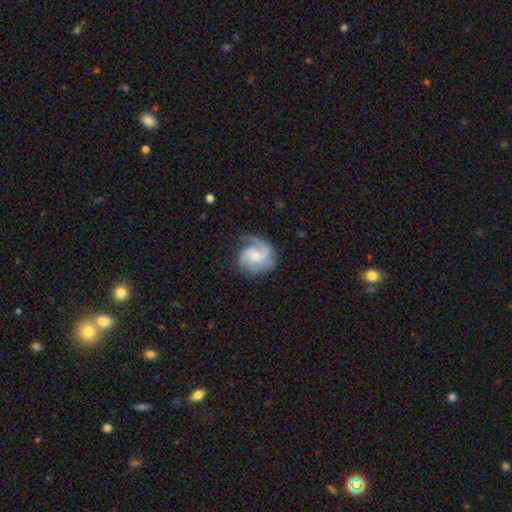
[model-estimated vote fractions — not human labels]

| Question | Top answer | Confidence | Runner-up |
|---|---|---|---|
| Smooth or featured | featured or disk | 85% | smooth (10%) |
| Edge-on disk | no | 98% | yes (2%) |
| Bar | no | 62% | weak (33%) |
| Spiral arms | yes | 97% | no (3%) |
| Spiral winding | medium | 49% | tight (35%) |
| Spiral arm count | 2 | 42% | 3 (34%) |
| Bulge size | small | 47% | moderate (43%) |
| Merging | none | 70% | minor disturbance (19%) |